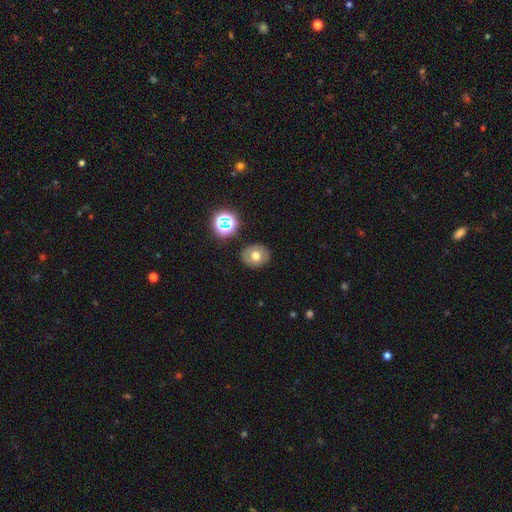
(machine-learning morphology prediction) Smooth or featured?
  - smooth: 64% *
  - featured or disk: 22%
  - star or artifact: 14%
How rounded?
  - round: 68% *
  - in between: 31%
  - cigar-shaped: 1%
Merging?
  - none: 85% *
  - minor disturbance: 9%
  - major disturbance: 3%
  - merger: 2%